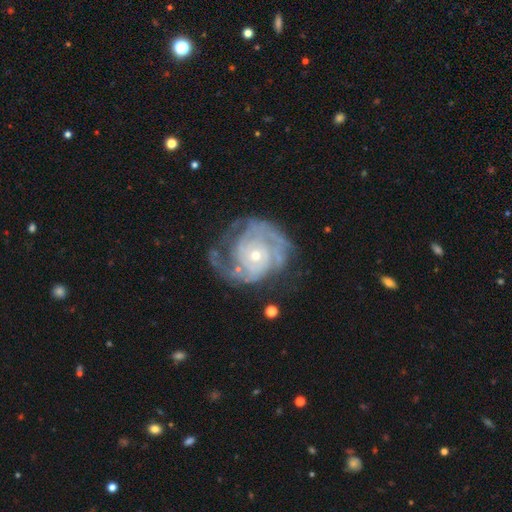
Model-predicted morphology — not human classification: Q: Smooth or featured?
A: featured or disk (88%); runner-up: smooth (6%)
Q: Edge-on disk?
A: no (98%); runner-up: yes (2%)
Q: Bar?
A: no (77%); runner-up: weak (18%)
Q: Spiral arms?
A: yes (95%); runner-up: no (5%)
Q: Spiral winding?
A: tight (63%); runner-up: medium (29%)
Q: Spiral arm count?
A: 2 (40%); runner-up: can't tell (25%)
Q: Bulge size?
A: small (60%); runner-up: moderate (36%)
Q: Merging?
A: none (59%); runner-up: minor disturbance (21%)